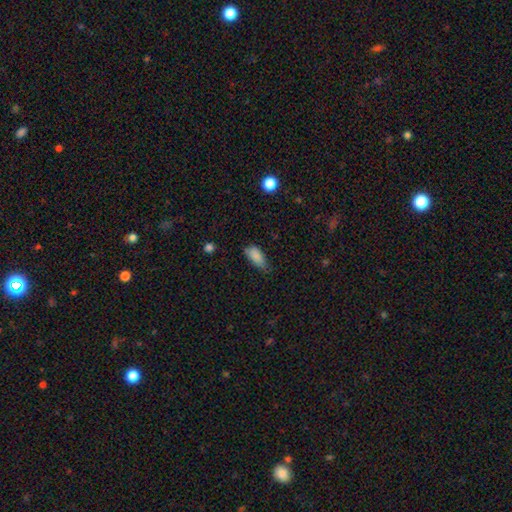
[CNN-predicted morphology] Smooth or featured? Predicted: smooth (p=0.86). How rounded? Predicted: in between (p=0.87). Merging? Predicted: none (p=0.52).